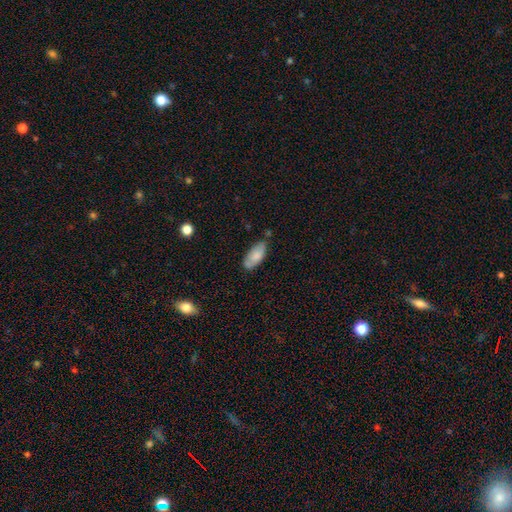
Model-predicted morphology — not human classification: A smooth galaxy with no disk features (78%) that is in between round and cigar-shaped (88%). Merging: none (67%).